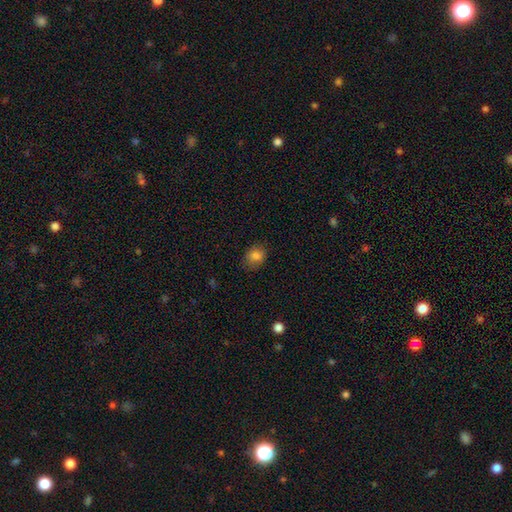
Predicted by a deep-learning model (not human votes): Morphology: type=smooth (83%); roundness=in between (53%); merging=none (76%).